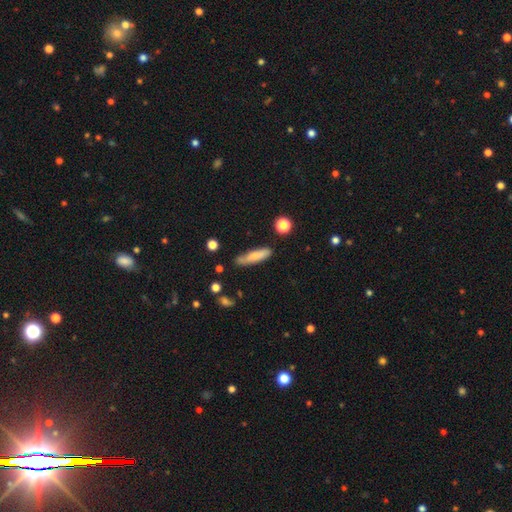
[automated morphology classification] The model was most divided on "how rounded": cigar-shaped: 72%, in between: 26%, round: 2%. More confident: merging — none (72%); smooth or featured — smooth (71%).